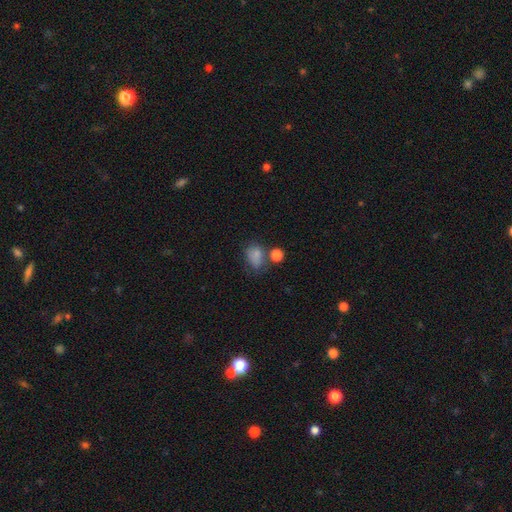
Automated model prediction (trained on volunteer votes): This is likely a smooth galaxy (78%). How rounded: likely in between (63%). Merging: marginally none (44%).